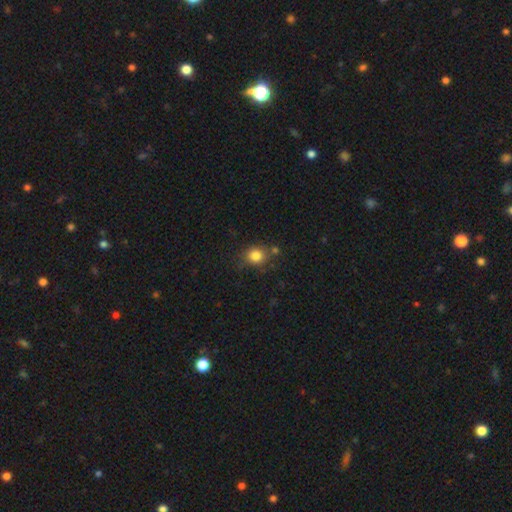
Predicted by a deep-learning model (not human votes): A smooth galaxy with no disk features (83%) that is round (75%).

Vote fractions:
- Smooth or featured? smooth: 83% / star or artifact: 11% / featured or disk: 6%
- How rounded? round: 75% / in between: 24% / cigar-shaped: 1%
- Merging? none: 72% / minor disturbance: 15% / merger: 9% / major disturbance: 4%